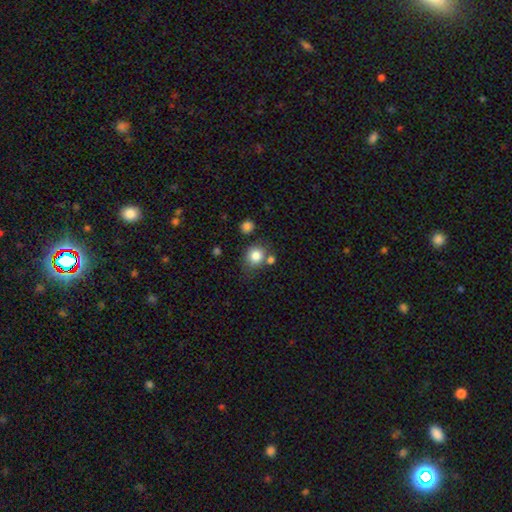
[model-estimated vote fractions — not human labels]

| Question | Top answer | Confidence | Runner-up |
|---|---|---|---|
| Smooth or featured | smooth | 82% | star or artifact (10%) |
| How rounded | round | 77% | in between (23%) |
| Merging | none | 67% | minor disturbance (15%) |